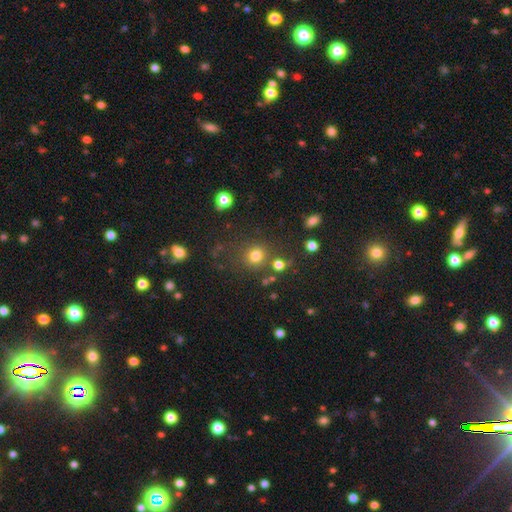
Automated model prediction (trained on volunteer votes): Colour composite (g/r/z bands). It shows a smooth galaxy with no disk features (76%) that is round (84%). Merging: none (75%).